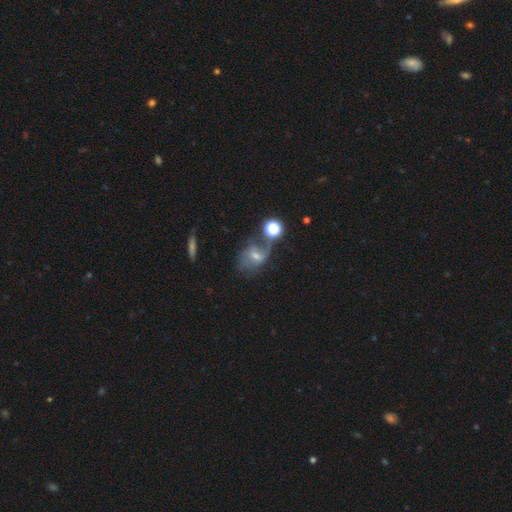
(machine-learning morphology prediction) smooth-or-featured: featured or disk: 59% | smooth: 27% | star or artifact: 14%
  disk-edge-on: no: 95% | yes: 5%
    bar: weak: 49% | no: 35% | strong: 16%
    has-spiral-arms: yes: 80% | no: 20%
    bulge-size: moderate: 46% | small: 42% | none: 6% | large: 4% | dominant: 1%
  merging: none: 39% | major disturbance: 22% | minor disturbance: 21% | merger: 17%